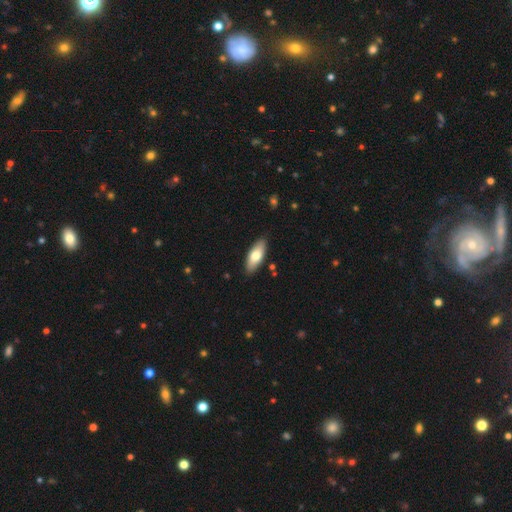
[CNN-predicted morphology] Smooth or featured: smooth — 72% (featured or disk — 23%)
How rounded: in between — 77% (cigar-shaped — 21%)
Merging: none — 87% (minor disturbance — 10%)